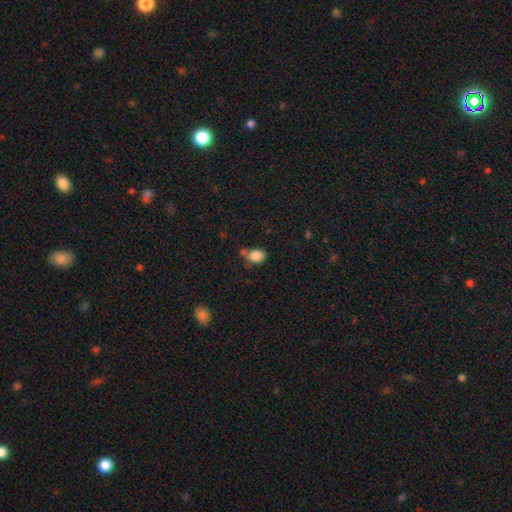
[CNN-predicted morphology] This is clearly a smooth galaxy (85%). How rounded: likely in between (61%). Merging: possibly none (53%).